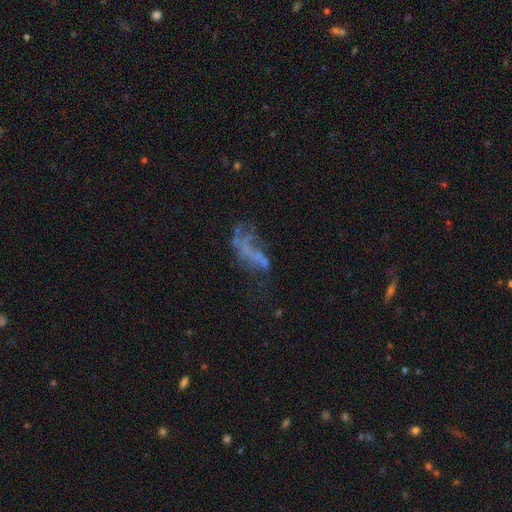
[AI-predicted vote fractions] Smooth or featured? Predicted: featured or disk (p=0.56). Edge-on disk? Predicted: no (p=0.95). Bar? Predicted: no (p=0.85). Spiral arms? Predicted: no (p=0.84). Bulge size? Predicted: none (p=0.83). Merging? Predicted: major disturbance (p=0.43).